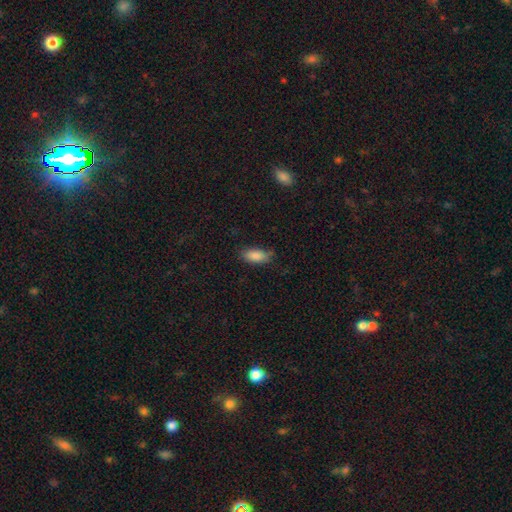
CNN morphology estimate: A smooth galaxy with no disk features (87%) that is in between round and cigar-shaped (87%). Merging: none (76%).